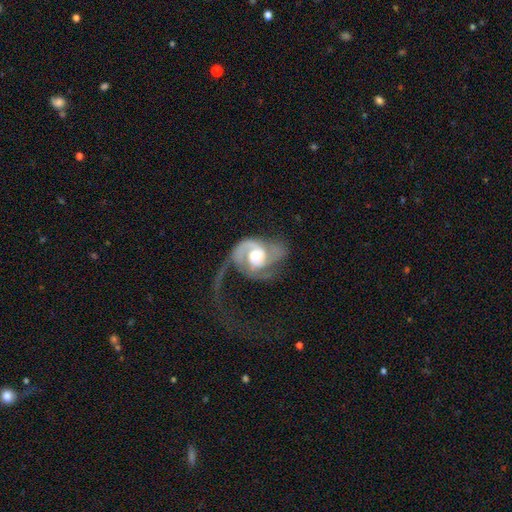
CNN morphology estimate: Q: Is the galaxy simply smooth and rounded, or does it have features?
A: featured or disk — 85%.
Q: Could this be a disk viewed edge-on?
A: no — 98%.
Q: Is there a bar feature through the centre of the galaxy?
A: no — 67%.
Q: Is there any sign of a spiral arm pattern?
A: yes — 94%.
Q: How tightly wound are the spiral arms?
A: medium — 43%.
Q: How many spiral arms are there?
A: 2 — 50%.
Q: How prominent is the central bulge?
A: moderate — 67%.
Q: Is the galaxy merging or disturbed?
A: major disturbance — 50%.